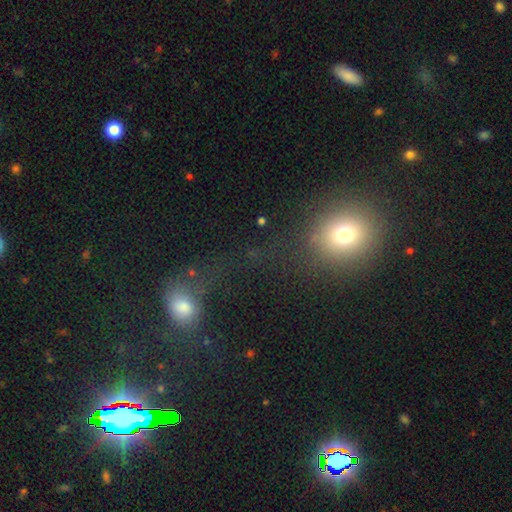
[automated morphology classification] A smooth galaxy with no disk features (49%).

Vote fractions:
- Smooth or featured? smooth: 49% / star or artifact: 34% / featured or disk: 17%
- Merging? none: 47% / major disturbance: 29% / minor disturbance: 15% / merger: 10%